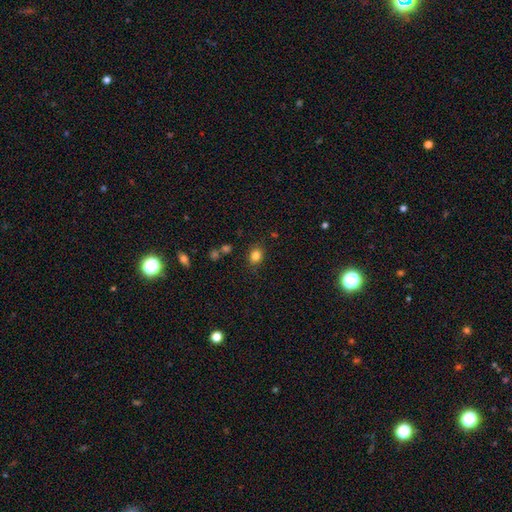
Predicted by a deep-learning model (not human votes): The model was most divided on "how rounded": round: 52%, in between: 47%, cigar-shaped: 1%. More confident: merging — none (84%); smooth or featured — smooth (82%).